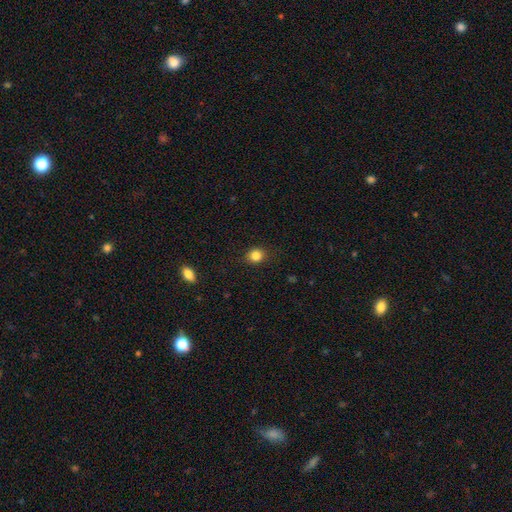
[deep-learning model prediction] This is clearly a smooth galaxy (84%). How rounded: likely round (79%). Merging: clearly none (87%).